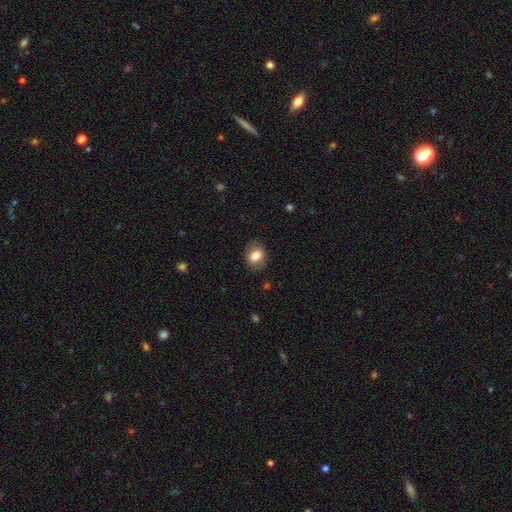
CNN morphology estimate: smooth_or_featured: smooth (p=0.80) [alt: featured or disk p=0.12]
how_rounded: in between (p=0.55) [alt: round p=0.44]
merging: none (p=0.85) [alt: minor disturbance p=0.11]